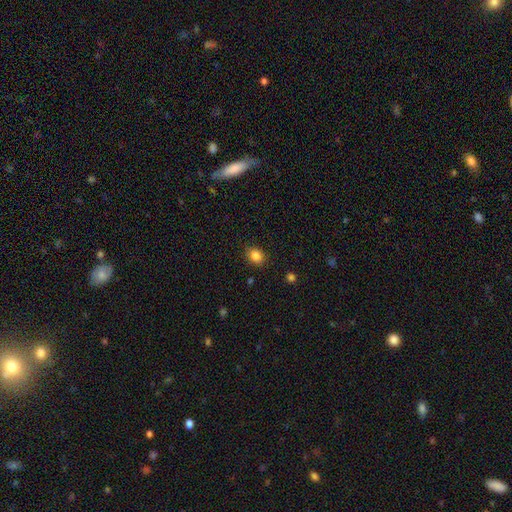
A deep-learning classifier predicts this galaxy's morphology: smooth-or-featured: smooth: 84% | star or artifact: 11% | featured or disk: 5%
  how-rounded: round: 53% | in between: 46% | cigar-shaped: 1%
  merging: none: 86% | minor disturbance: 10% | major disturbance: 3% | merger: 1%